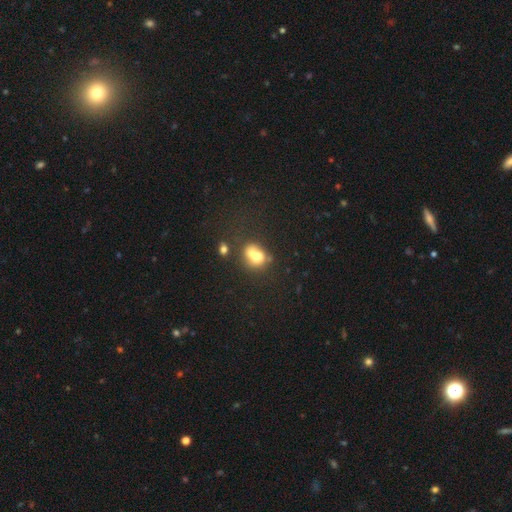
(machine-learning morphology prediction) type=smooth (65%); roundness=round (53%); merging=merger (58%).